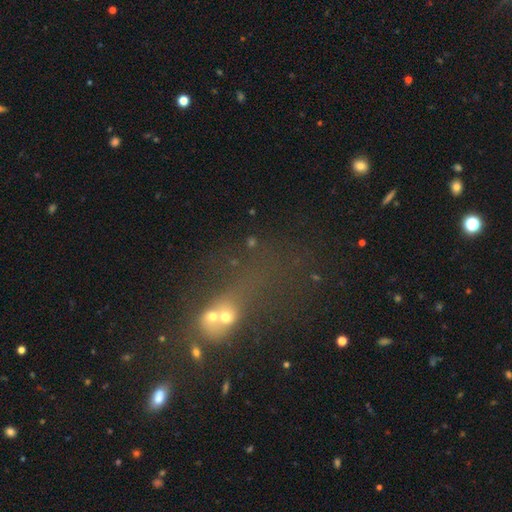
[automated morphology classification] Smooth or featured: star or artifact — 41% (smooth — 34%)